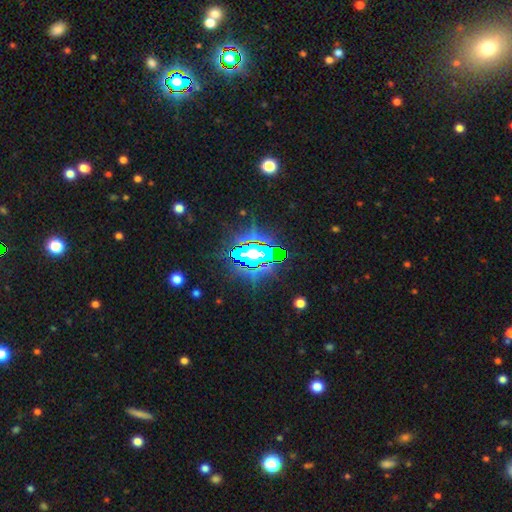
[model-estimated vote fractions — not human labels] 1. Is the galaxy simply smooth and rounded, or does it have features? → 72% star or artifact, 15% smooth, 14% featured or disk.